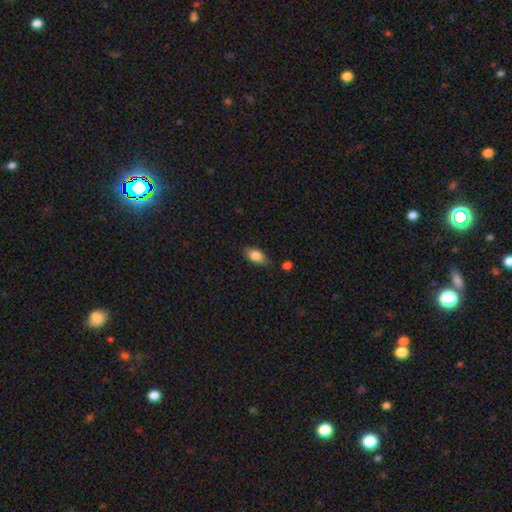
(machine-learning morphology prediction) smooth-or-featured: smooth: 82% | featured or disk: 11% | star or artifact: 7%
  how-rounded: in between: 89% | cigar-shaped: 7% | round: 4%
  merging: none: 82% | minor disturbance: 12% | merger: 3% | major disturbance: 3%